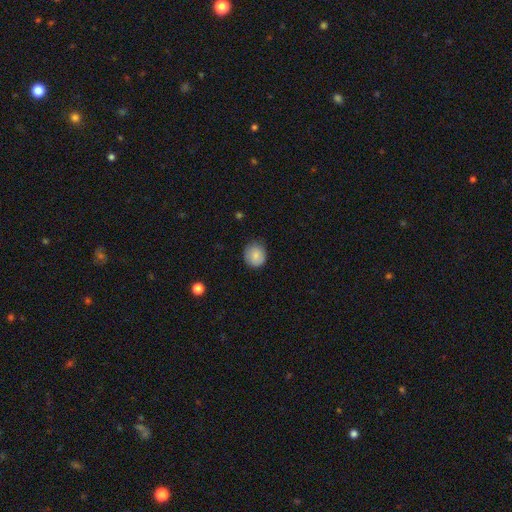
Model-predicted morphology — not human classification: Smooth or featured? smooth (82%)
How rounded? round (84%)
Merging? none (78%)